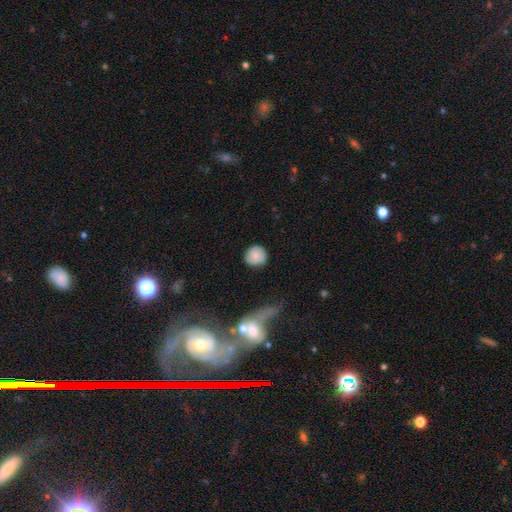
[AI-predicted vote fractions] smooth-or-featured: smooth: 81% | featured or disk: 11% | star or artifact: 8%
  how-rounded: round: 91% | in between: 8% | cigar-shaped: 1%
  merging: none: 81% | minor disturbance: 13% | major disturbance: 4% | merger: 2%